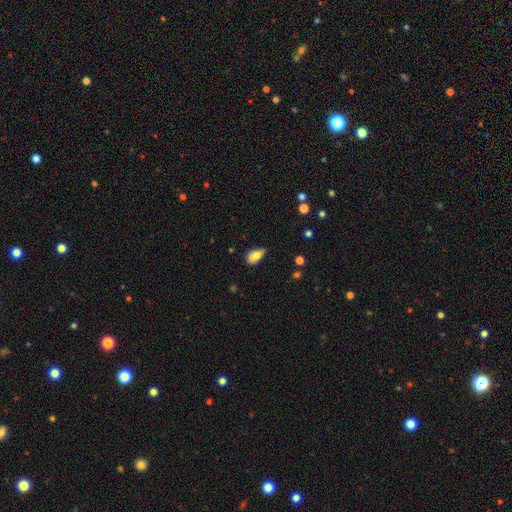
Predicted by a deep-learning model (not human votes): Smooth or featured?
  - smooth: 77% *
  - featured or disk: 14%
  - star or artifact: 9%
How rounded?
  - in between: 89% *
  - round: 7%
  - cigar-shaped: 4%
Merging?
  - none: 47% *
  - minor disturbance: 41%
  - major disturbance: 10%
  - merger: 2%